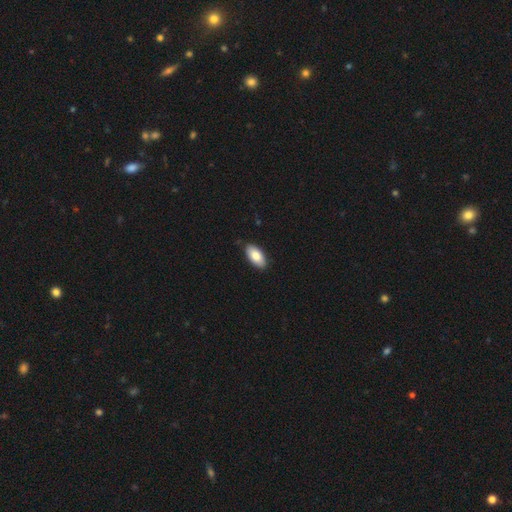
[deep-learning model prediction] Morphology: type=smooth (83%); roundness=in between (93%); merging=none (87%).